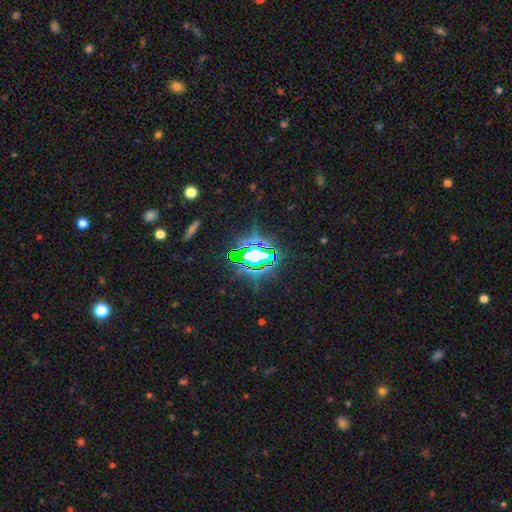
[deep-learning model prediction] Morphology: type=star or artifact (75%).